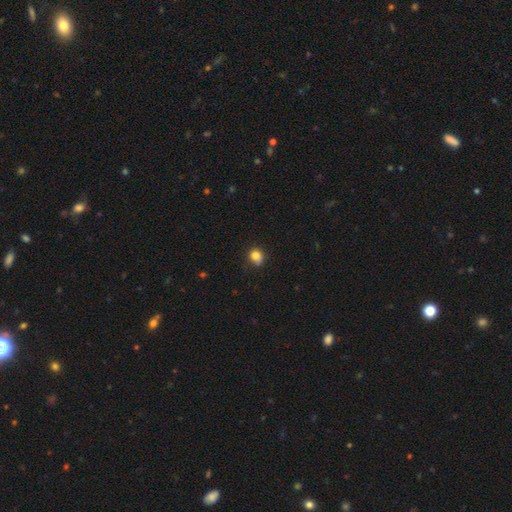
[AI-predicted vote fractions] Overall: smooth (81%). How rounded: round (67%; in between 32%). Merging: none (63%; minor disturbance 27%).